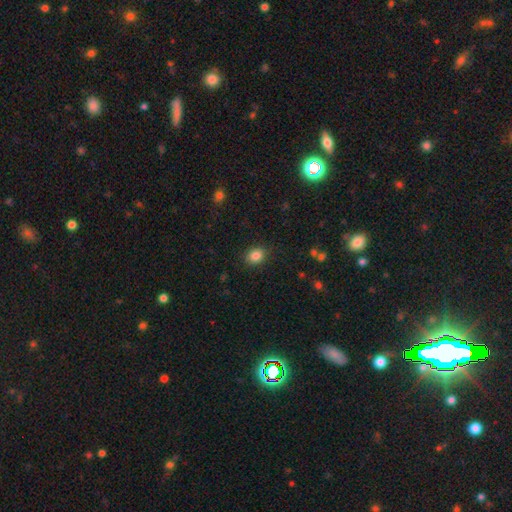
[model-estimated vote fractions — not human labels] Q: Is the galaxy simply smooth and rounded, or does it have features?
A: smooth — 86%.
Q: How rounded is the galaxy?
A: in between — 50%.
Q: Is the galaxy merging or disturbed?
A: none — 86%.